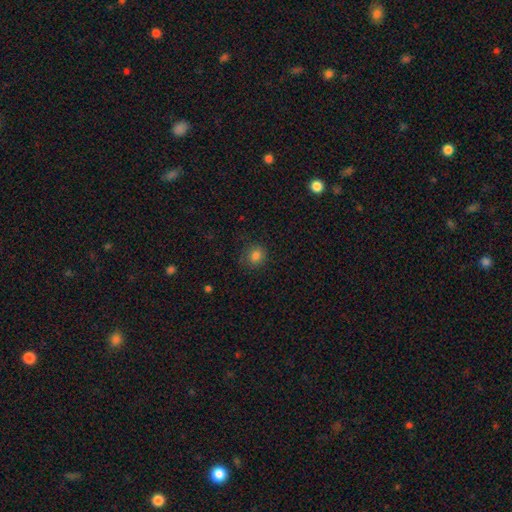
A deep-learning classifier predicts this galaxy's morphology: Smooth or featured? smooth (80%)
How rounded? round (74%)
Merging? none (79%)